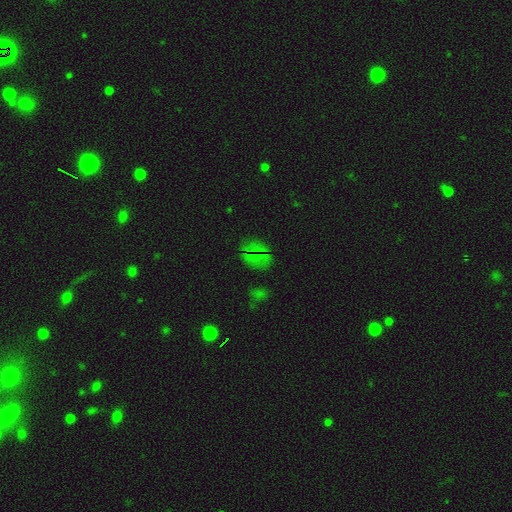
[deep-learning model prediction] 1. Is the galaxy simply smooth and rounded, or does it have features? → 53% smooth, 33% star or artifact, 13% featured or disk.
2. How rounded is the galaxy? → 57% round, 41% in between, 2% cigar-shaped.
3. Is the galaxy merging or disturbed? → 78% none, 14% minor disturbance, 5% major disturbance, 3% merger.